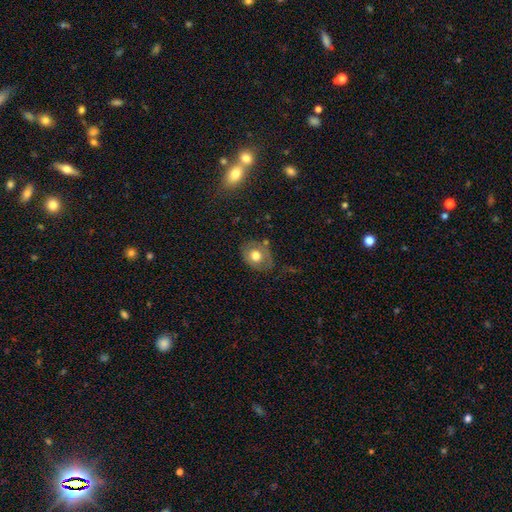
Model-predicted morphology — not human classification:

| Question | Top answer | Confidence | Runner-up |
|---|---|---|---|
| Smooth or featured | smooth | 65% | featured or disk (27%) |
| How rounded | in between | 54% | round (45%) |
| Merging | none | 66% | minor disturbance (22%) |